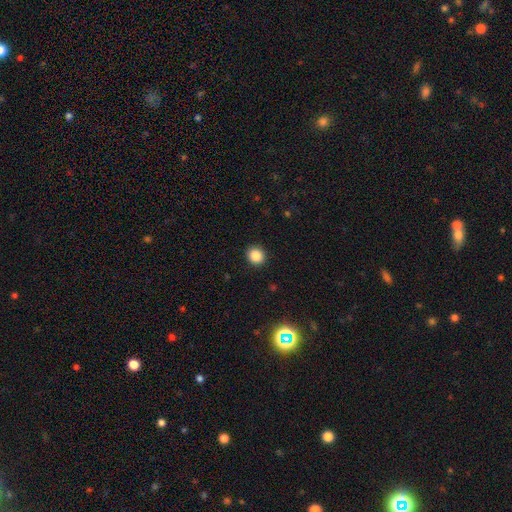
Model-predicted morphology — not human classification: type=smooth (86%); roundness=round (85%); merging=none (92%).